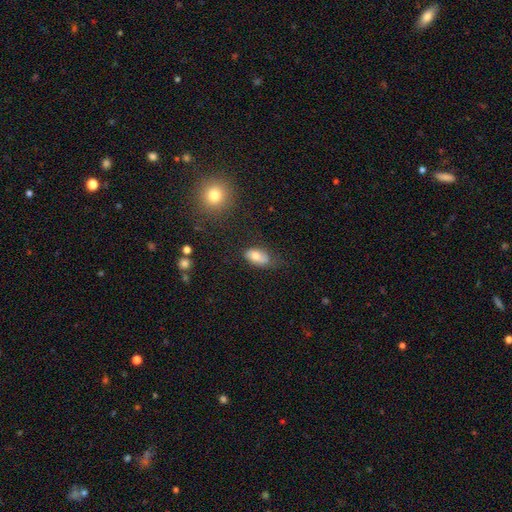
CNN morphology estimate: A smooth galaxy with no disk features (71%) that is in between round and cigar-shaped (90%).

Vote fractions:
- Smooth or featured? smooth: 71% / featured or disk: 20% / star or artifact: 9%
- How rounded? in between: 90% / round: 6% / cigar-shaped: 3%
- Merging? none: 63% / minor disturbance: 26% / major disturbance: 8% / merger: 3%